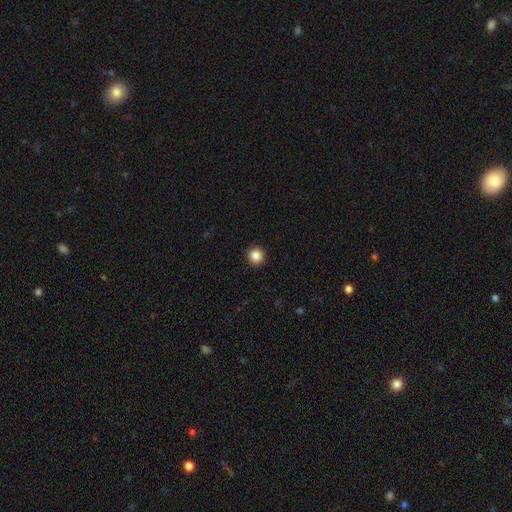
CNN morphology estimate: type=smooth (86%); roundness=round (93%); merging=none (93%).